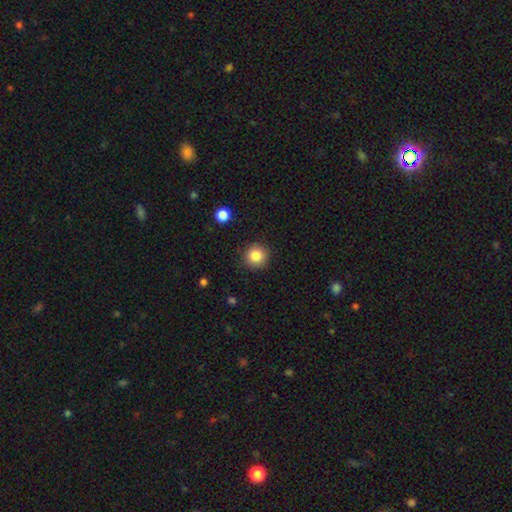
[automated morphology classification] This is clearly a smooth galaxy (84%). How rounded: clearly round (94%). Merging: clearly none (90%).